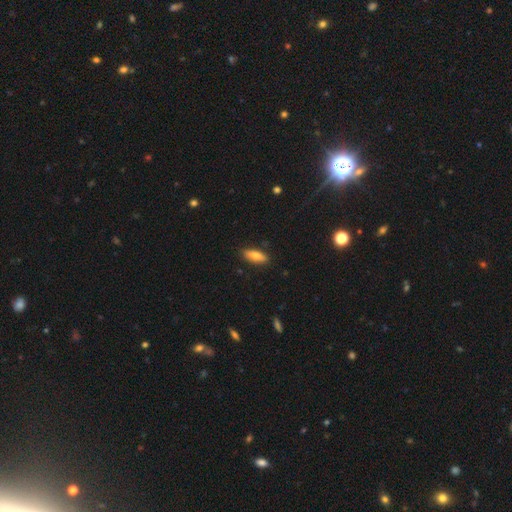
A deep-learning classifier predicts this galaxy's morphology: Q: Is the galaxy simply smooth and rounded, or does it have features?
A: smooth — 77%.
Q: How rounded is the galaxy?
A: in between — 65%.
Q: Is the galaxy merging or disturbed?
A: none — 86%.